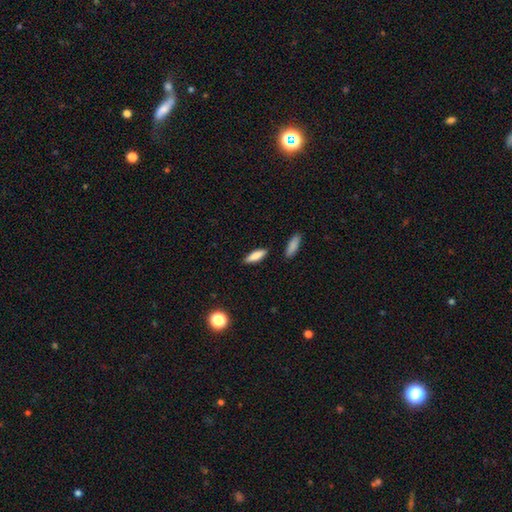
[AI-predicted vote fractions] Overall: smooth (83%). How rounded: cigar-shaped (55%; in between 43%). Merging: none (86%).